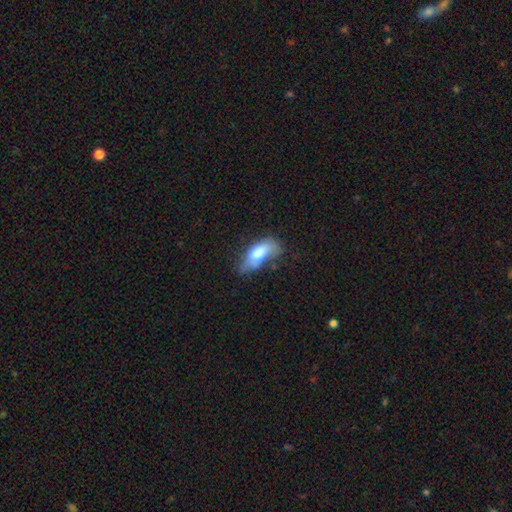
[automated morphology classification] smooth-or-featured: smooth: 67% | featured or disk: 24% | star or artifact: 8%
  how-rounded: in between: 77% | cigar-shaped: 20% | round: 3%
  merging: minor disturbance: 37% | none: 34% | major disturbance: 23% | merger: 6%